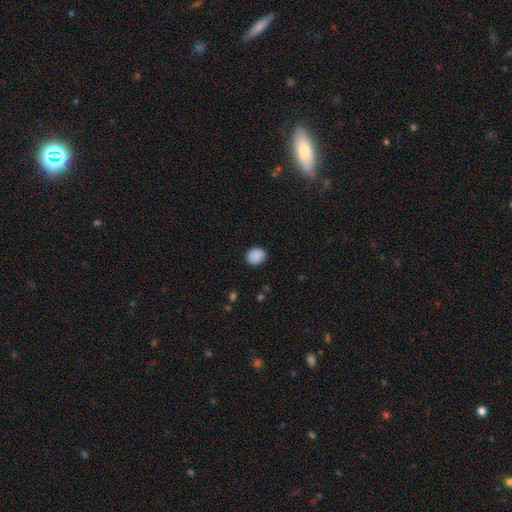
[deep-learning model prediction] Morphology: type=smooth (89%); roundness=round (63%); merging=none (87%).